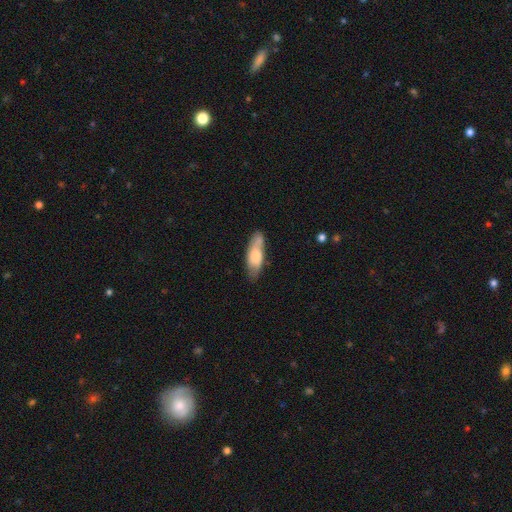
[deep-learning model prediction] smooth-or-featured: smooth: 67% | featured or disk: 27% | star or artifact: 6%
  how-rounded: in between: 57% | cigar-shaped: 41% | round: 2%
  merging: none: 62% | minor disturbance: 25% | merger: 7% | major disturbance: 6%